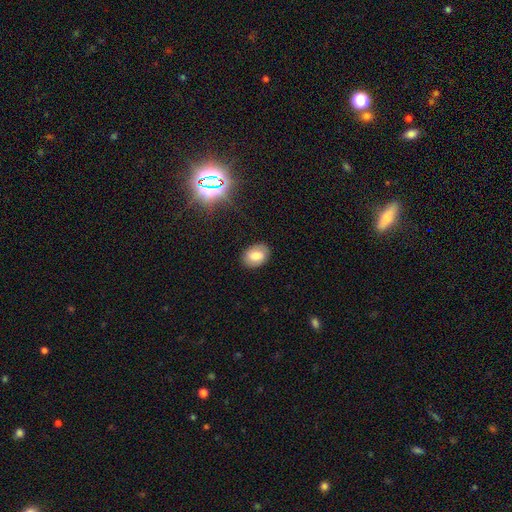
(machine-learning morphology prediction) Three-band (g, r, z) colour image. It shows a smooth galaxy with no disk features (74%) that is in between round and cigar-shaped (77%). Merging: none (85%).